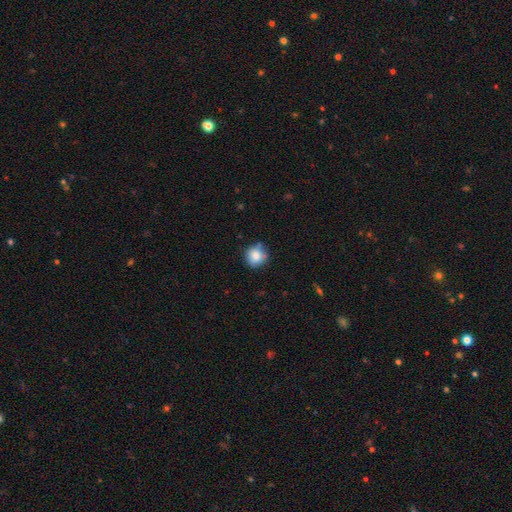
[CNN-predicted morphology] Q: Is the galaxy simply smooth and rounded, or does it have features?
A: smooth — 82%.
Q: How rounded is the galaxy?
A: round — 91%.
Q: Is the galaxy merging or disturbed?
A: none — 77%.